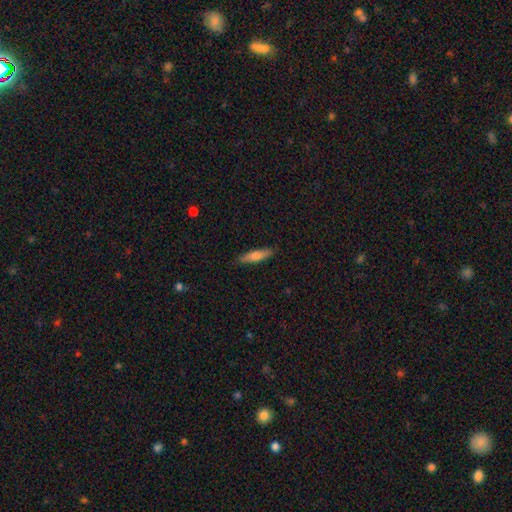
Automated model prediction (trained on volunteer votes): This appears to be a smooth galaxy with no disk features (64%) that is cigar-shaped (78%). Merging: none (88%).